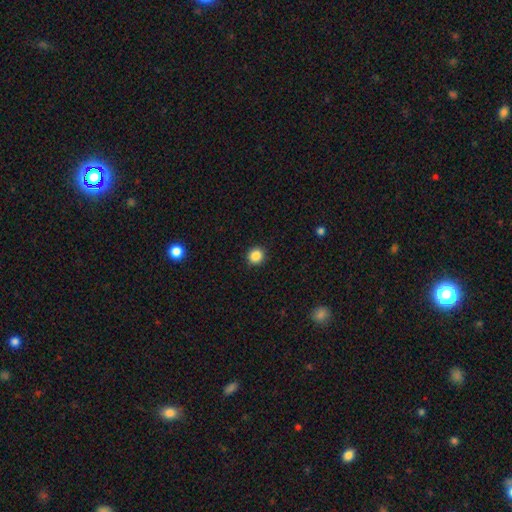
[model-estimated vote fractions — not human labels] Smooth or featured? Predicted: smooth (p=0.87). How rounded? Predicted: round (p=0.91). Merging? Predicted: none (p=0.92).